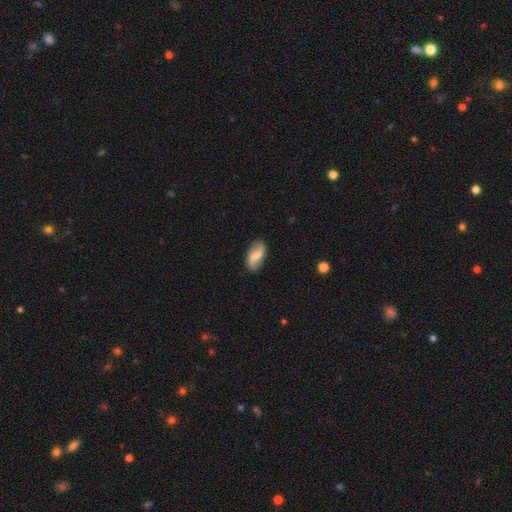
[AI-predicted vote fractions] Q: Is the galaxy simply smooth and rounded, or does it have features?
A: featured or disk — 50%.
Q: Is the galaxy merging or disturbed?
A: none — 84%.